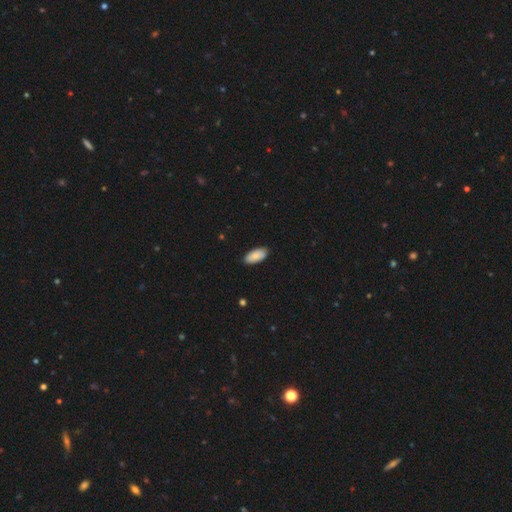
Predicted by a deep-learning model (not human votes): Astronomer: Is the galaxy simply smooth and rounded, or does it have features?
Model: smooth — 86%.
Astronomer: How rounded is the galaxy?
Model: in between — 92%.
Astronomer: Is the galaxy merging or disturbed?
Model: none — 87%.